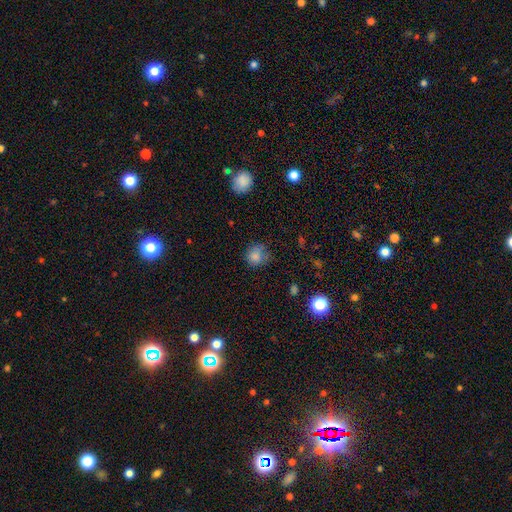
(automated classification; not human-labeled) Q: Smooth or featured?
A: smooth (80%); runner-up: star or artifact (12%)
Q: How rounded?
A: round (83%); runner-up: in between (16%)
Q: Merging?
A: none (64%); runner-up: minor disturbance (25%)